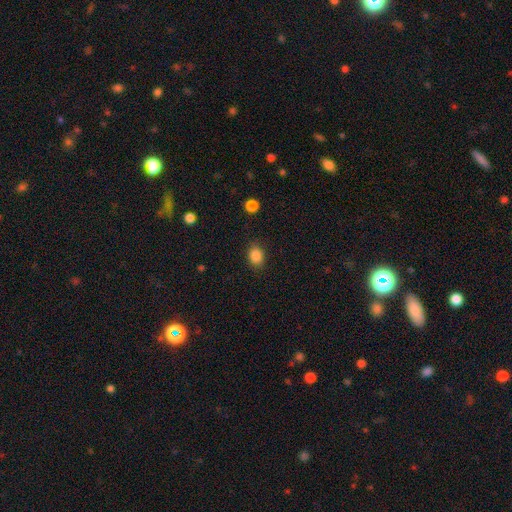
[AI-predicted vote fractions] Smooth or featured? Predicted: smooth (p=0.86). How rounded? Predicted: in between (p=0.61). Merging? Predicted: none (p=0.86).